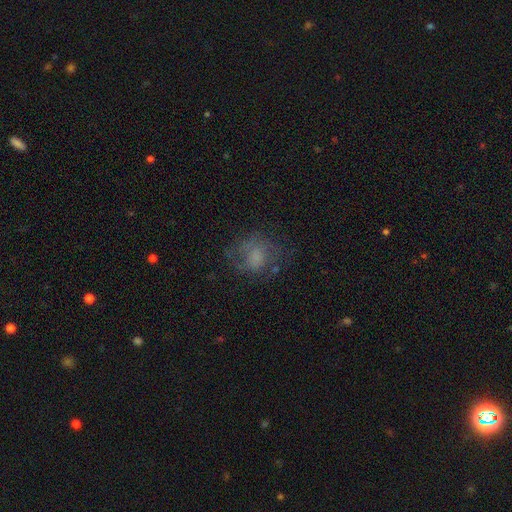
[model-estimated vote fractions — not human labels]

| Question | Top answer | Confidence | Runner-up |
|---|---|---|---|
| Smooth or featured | smooth | 53% | featured or disk (34%) |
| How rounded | round | 66% | in between (33%) |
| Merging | none | 55% | major disturbance (22%) |